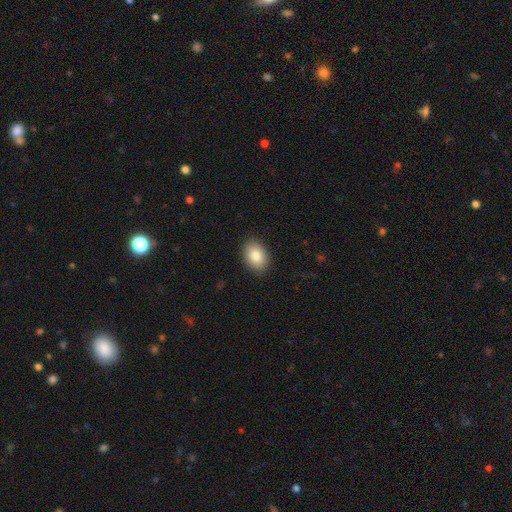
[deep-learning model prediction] Smooth or featured? Predicted: smooth (p=0.85). How rounded? Predicted: in between (p=0.82). Merging? Predicted: none (p=0.89).